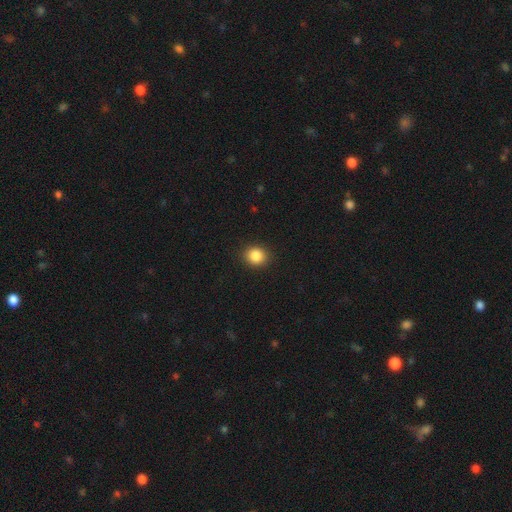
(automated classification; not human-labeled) Smooth or featured? smooth (87%)
How rounded? round (78%)
Merging? none (90%)